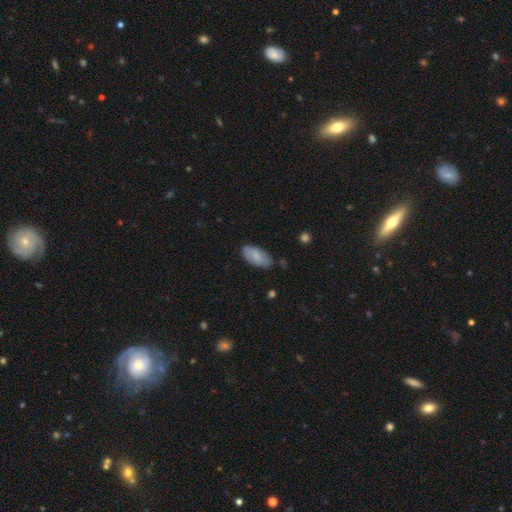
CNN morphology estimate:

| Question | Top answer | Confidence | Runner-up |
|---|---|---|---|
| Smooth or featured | smooth | 77% | featured or disk (17%) |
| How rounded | in between | 93% | cigar-shaped (5%) |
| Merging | none | 78% | minor disturbance (17%) |